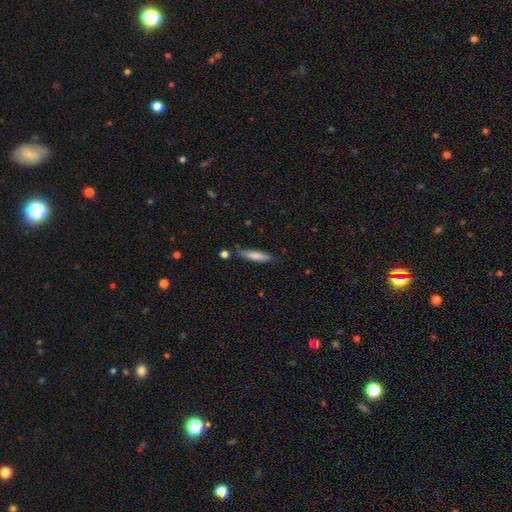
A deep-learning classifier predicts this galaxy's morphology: This appears to be a smooth galaxy with no disk features (76%) that is cigar-shaped (84%). Merging: none (76%).